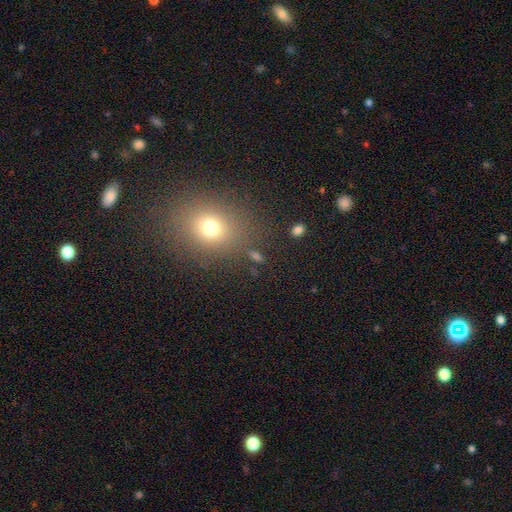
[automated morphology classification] The model was most divided on "how rounded": round: 56%, in between: 41%, cigar-shaped: 3%. More confident: merging — none (80%); smooth or featured — smooth (63%).